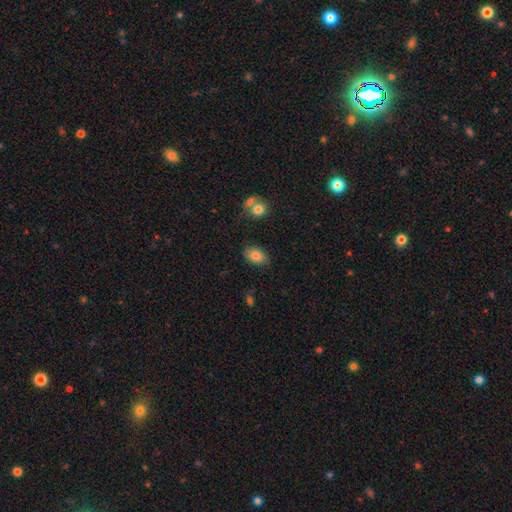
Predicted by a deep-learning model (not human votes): This is clearly a smooth galaxy (81%). How rounded: clearly in between (87%). Merging: clearly none (80%).